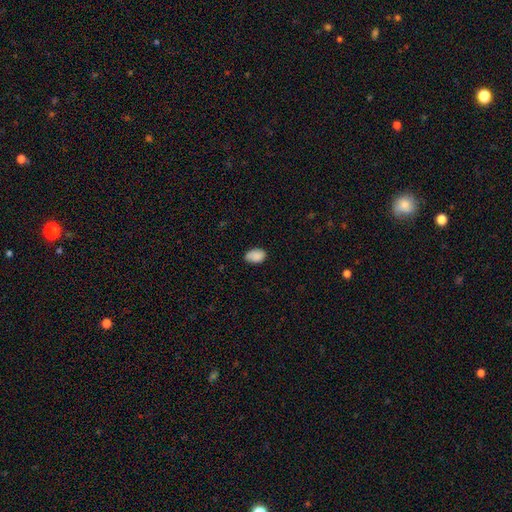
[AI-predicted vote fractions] smooth 87%, star or artifact 8%, featured or disk 6%. Down the decision tree: how rounded — in between (86%); merging — none (71%).